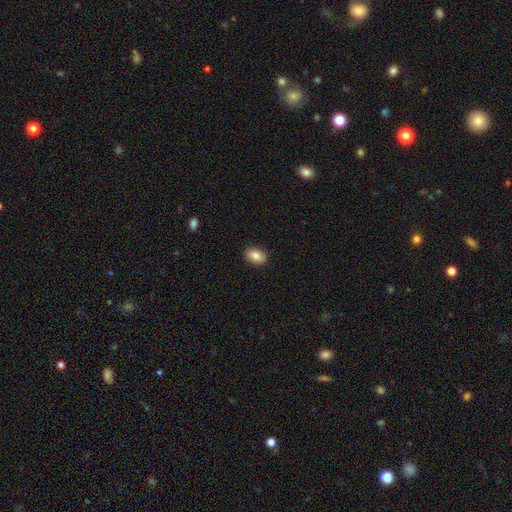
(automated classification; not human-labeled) This is clearly a smooth galaxy (85%). How rounded: likely in between (78%). Merging: clearly none (89%).